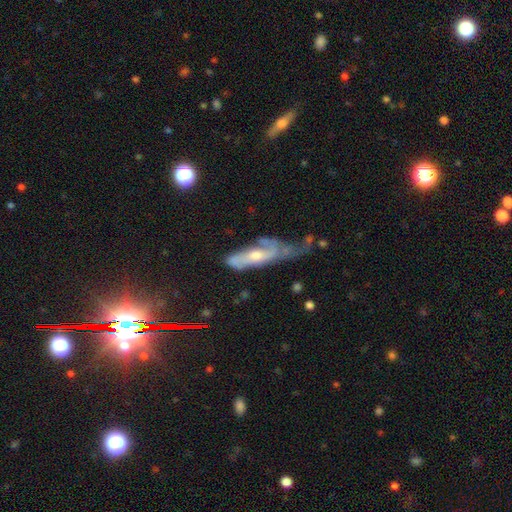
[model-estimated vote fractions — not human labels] A featured or disk galaxy (63%).

Vote fractions:
- Smooth or featured? featured or disk: 63% / smooth: 29% / star or artifact: 8%
- Edge-on disk? no: 73% / yes: 27%
- Merging? major disturbance: 41% / minor disturbance: 28% / none: 22% / merger: 8%